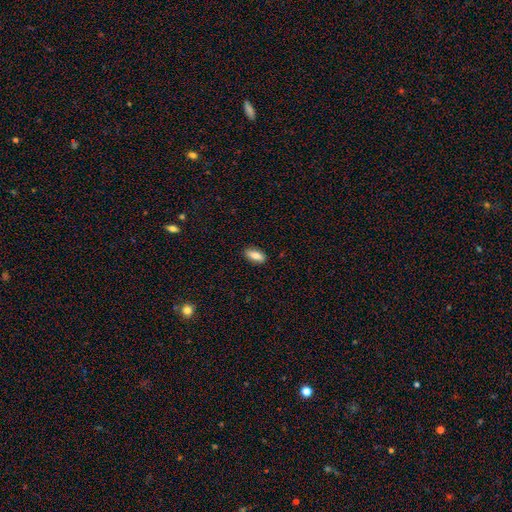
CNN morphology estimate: A smooth galaxy with no disk features (79%) that is in between round and cigar-shaped (80%).

Vote fractions:
- Smooth or featured? smooth: 79% / featured or disk: 14% / star or artifact: 7%
- How rounded? in between: 80% / cigar-shaped: 17% / round: 3%
- Merging? none: 88% / minor disturbance: 9% / major disturbance: 2% / merger: 1%